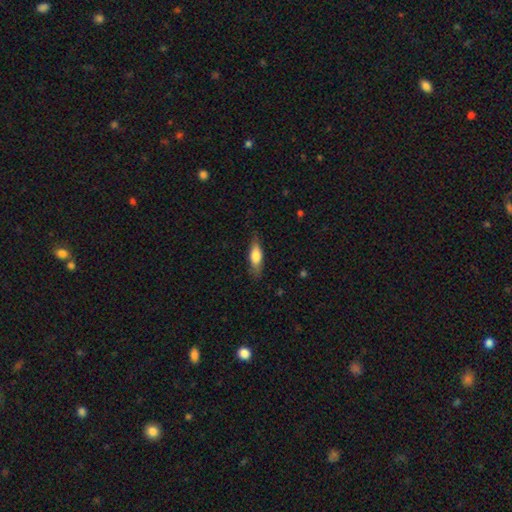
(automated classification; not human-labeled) Morphology: type=smooth (72%); roundness=in between (59%); merging=none (79%).